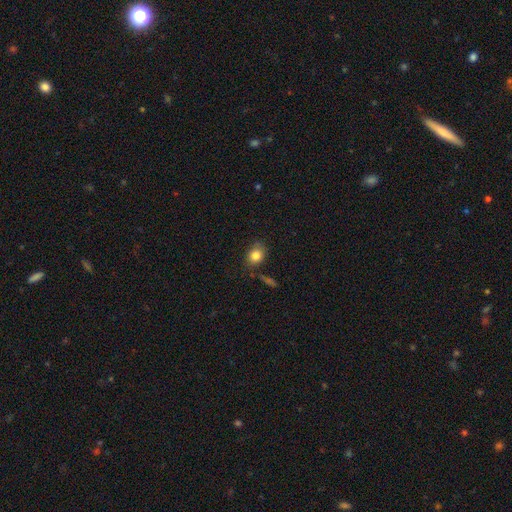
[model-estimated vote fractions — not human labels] The model was most divided on "how rounded": in between: 50%, round: 49%, cigar-shaped: 1%. More confident: smooth or featured — smooth (83%); merging — none (72%).